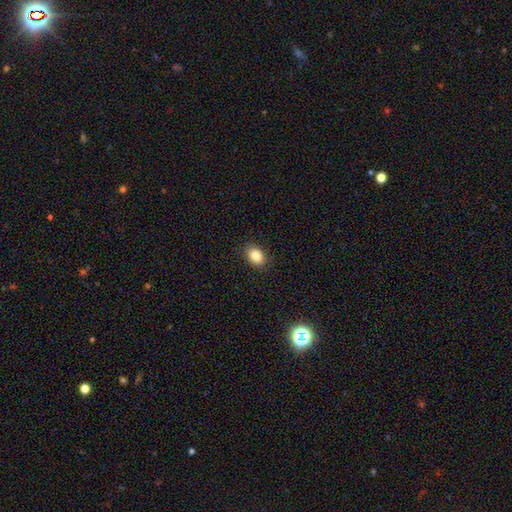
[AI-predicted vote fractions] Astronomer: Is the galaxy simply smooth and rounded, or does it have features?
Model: smooth — 85%.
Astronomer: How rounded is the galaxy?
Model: in between — 79%.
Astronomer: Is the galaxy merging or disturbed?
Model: none — 88%.